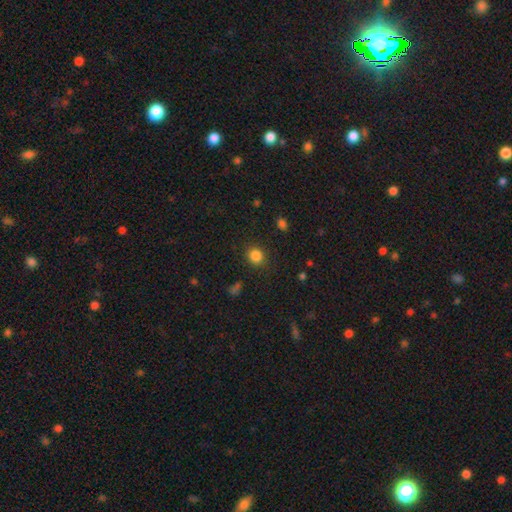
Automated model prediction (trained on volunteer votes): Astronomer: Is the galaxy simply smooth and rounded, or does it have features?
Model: smooth — 84%.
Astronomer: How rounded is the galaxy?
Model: round — 81%.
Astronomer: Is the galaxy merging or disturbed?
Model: none — 88%.